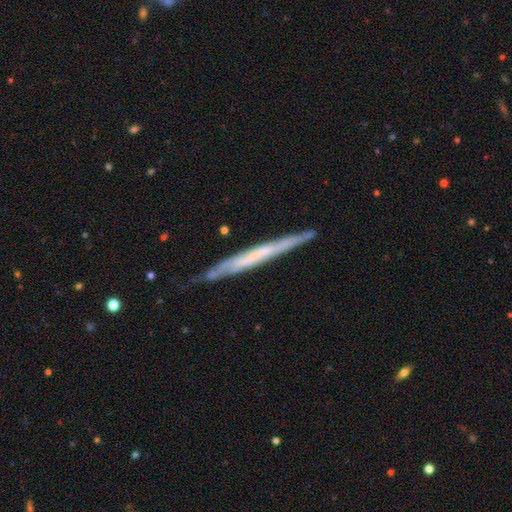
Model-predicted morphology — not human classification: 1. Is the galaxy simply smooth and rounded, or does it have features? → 62% featured or disk, 32% smooth, 6% star or artifact.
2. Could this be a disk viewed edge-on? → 92% yes, 8% no.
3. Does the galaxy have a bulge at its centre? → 83% none, 10% rounded, 6% boxy.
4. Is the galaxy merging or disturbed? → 75% none, 20% minor disturbance, 3% major disturbance, 2% merger.